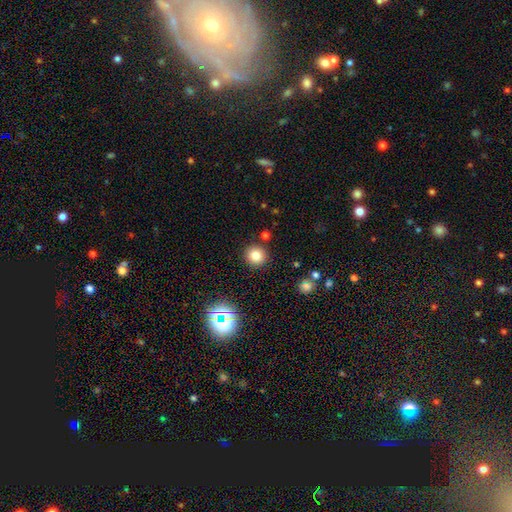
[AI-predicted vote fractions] Morphology: type=smooth (79%); roundness=round (94%); merging=none (88%).